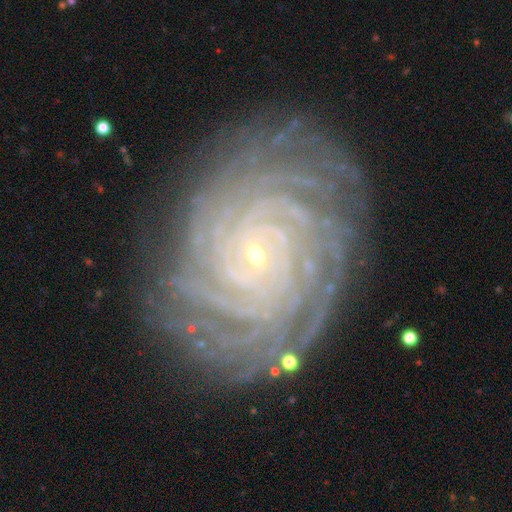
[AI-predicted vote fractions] A featured or disk galaxy (91%) with no bar (69%), more than 4 (44%) tight (89%) spiral arms (99%) and a small central bulge (88%). Merging: none (84%).